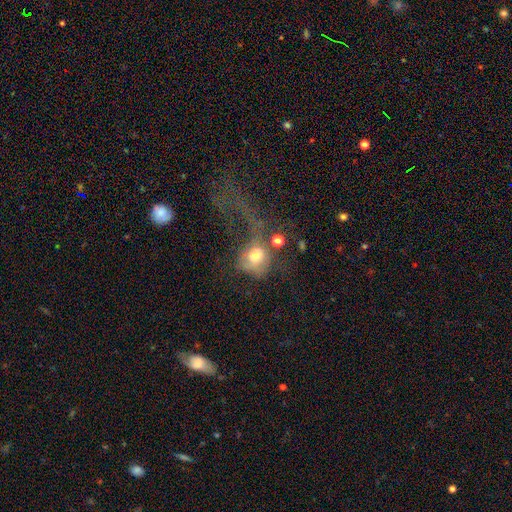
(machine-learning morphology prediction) smooth_or_featured: smooth (p=0.62) [alt: featured or disk p=0.26]
how_rounded: round (p=0.60) [alt: in between p=0.38]
merging: major disturbance (p=0.58) [alt: none p=0.17]